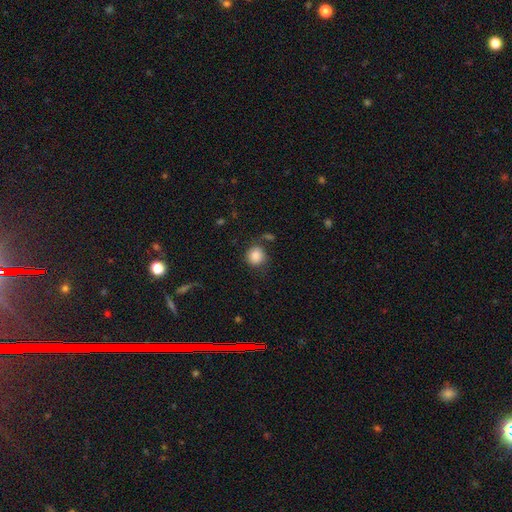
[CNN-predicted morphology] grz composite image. It shows a smooth galaxy with no disk features (87%) that is round (87%). Merging: none (73%).